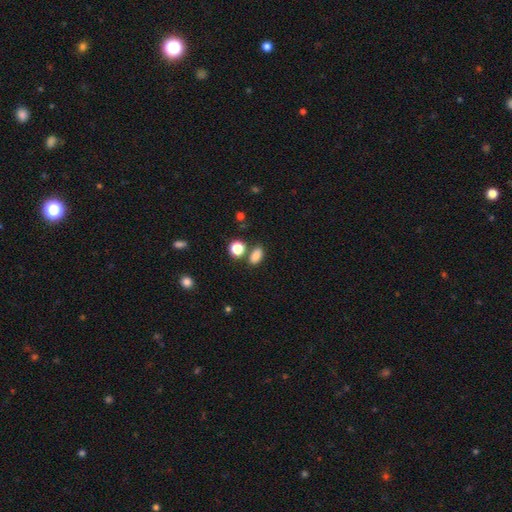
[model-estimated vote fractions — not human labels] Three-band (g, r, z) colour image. It shows a smooth galaxy with no disk features (83%) that is in between round and cigar-shaped (82%). Merging: none (72%).